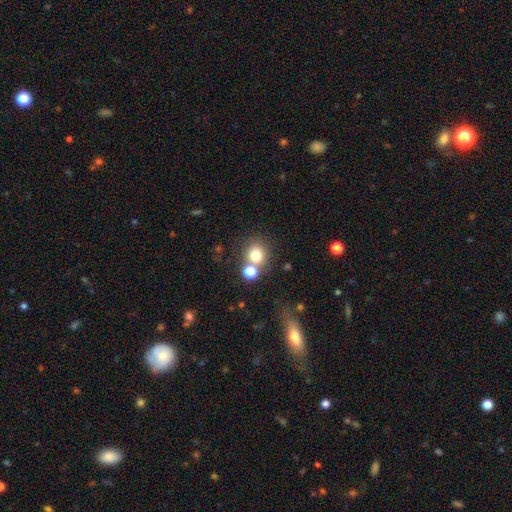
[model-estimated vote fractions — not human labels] Smooth or featured?
  - smooth: 76% *
  - star or artifact: 14%
  - featured or disk: 9%
How rounded?
  - round: 85% *
  - in between: 14%
  - cigar-shaped: 1%
Merging?
  - none: 62% *
  - merger: 26%
  - minor disturbance: 8%
  - major disturbance: 4%